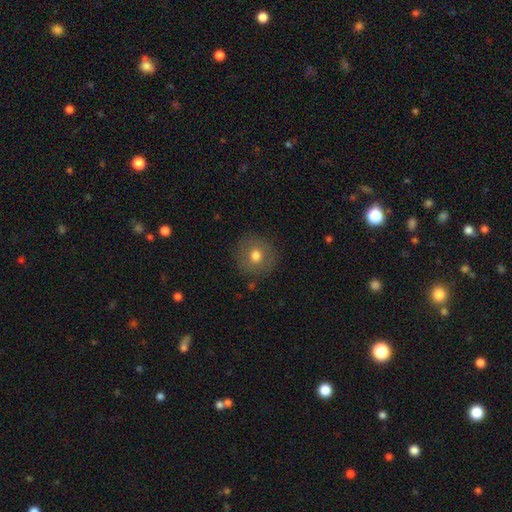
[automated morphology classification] Smooth or featured? Predicted: smooth (p=0.73). How rounded? Predicted: round (p=0.92). Merging? Predicted: none (p=0.88).